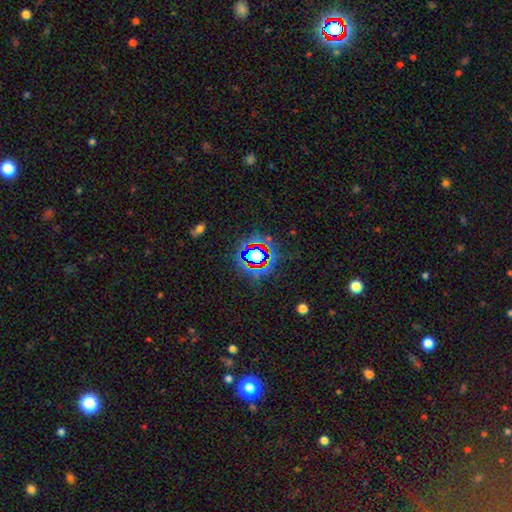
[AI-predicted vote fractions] Morphology: type=star or artifact (68%).